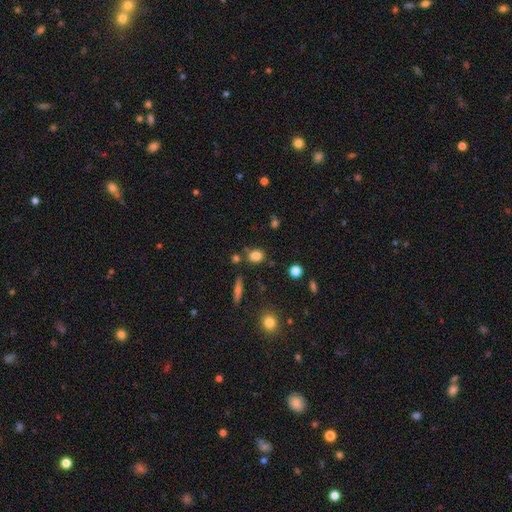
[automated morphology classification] smooth 81%, star or artifact 12%, featured or disk 6%. Down the decision tree: how rounded — in between (52%); merging — none (72%).